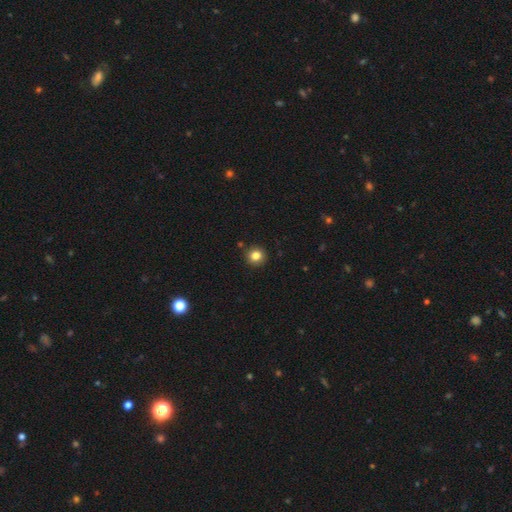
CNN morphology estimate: Smooth or featured? Predicted: smooth (p=0.83). How rounded? Predicted: round (p=0.91). Merging? Predicted: none (p=0.90).